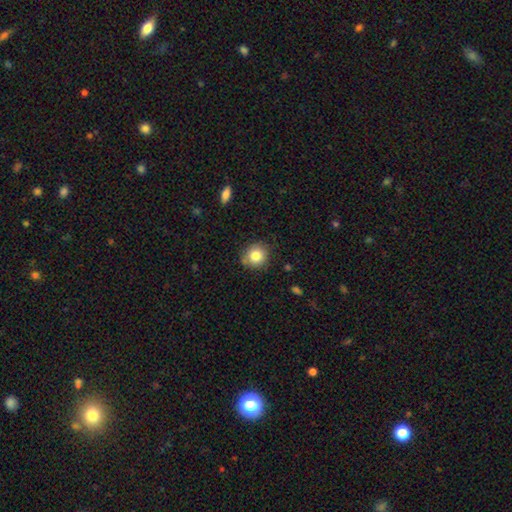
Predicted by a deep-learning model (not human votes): The model was most divided on "merging": none: 81%, minor disturbance: 15%, major disturbance: 3%, merger: 2%. More confident: how rounded — round (87%); smooth or featured — smooth (82%).